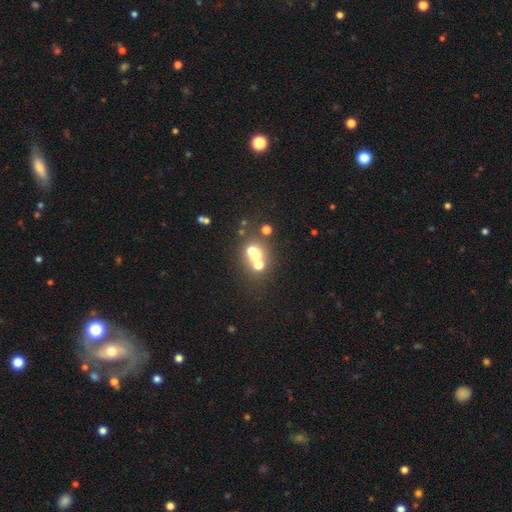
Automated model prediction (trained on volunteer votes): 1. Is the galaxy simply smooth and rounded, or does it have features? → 53% smooth, 24% featured or disk, 22% star or artifact.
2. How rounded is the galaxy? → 79% round, 20% in between, 1% cigar-shaped.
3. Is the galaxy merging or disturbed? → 51% merger, 39% none, 6% minor disturbance, 4% major disturbance.